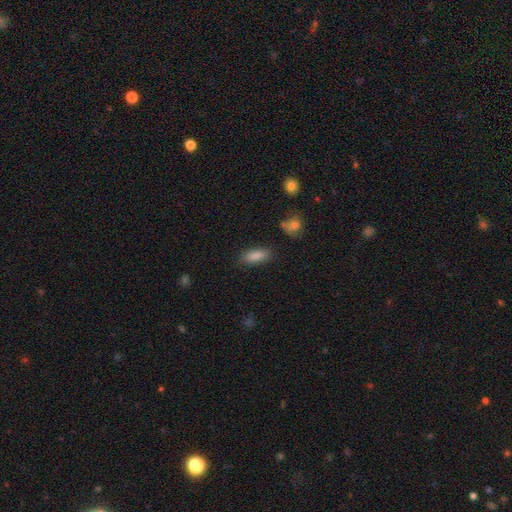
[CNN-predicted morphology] smooth_or_featured: smooth (p=0.86) [alt: star or artifact p=0.08]
how_rounded: in between (p=0.80) [alt: cigar-shaped p=0.18]
merging: none (p=0.83) [alt: minor disturbance p=0.12]